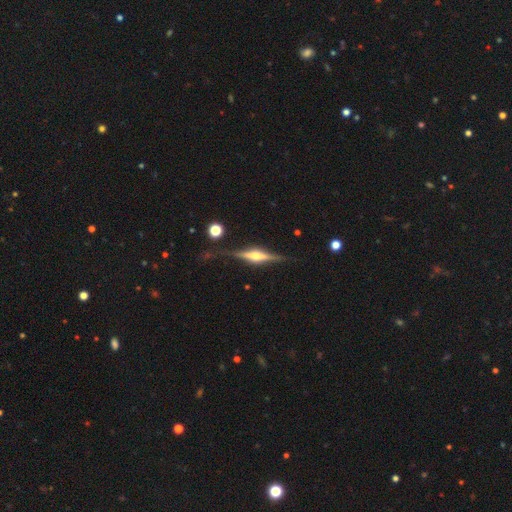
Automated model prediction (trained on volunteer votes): This is clearly a featured or disk galaxy (82%). It is clearly viewed edge-on (98%). Edge-on bulge: clearly rounded (86%). Merging: clearly none (82%).